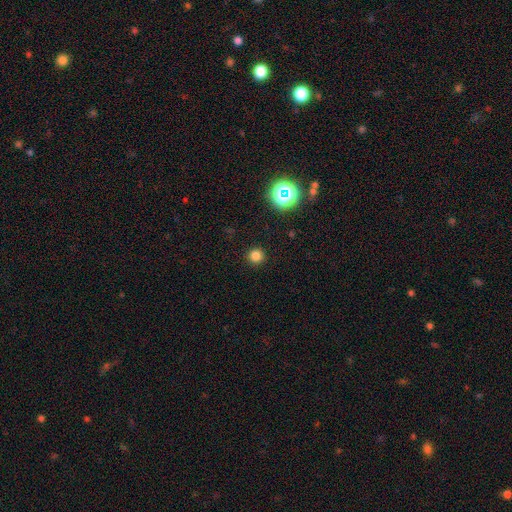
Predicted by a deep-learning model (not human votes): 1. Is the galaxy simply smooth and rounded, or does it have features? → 80% smooth, 16% star or artifact, 4% featured or disk.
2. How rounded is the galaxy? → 95% round, 4% in between, 1% cigar-shaped.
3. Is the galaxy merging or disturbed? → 92% none, 5% minor disturbance, 2% major disturbance, 1% merger.